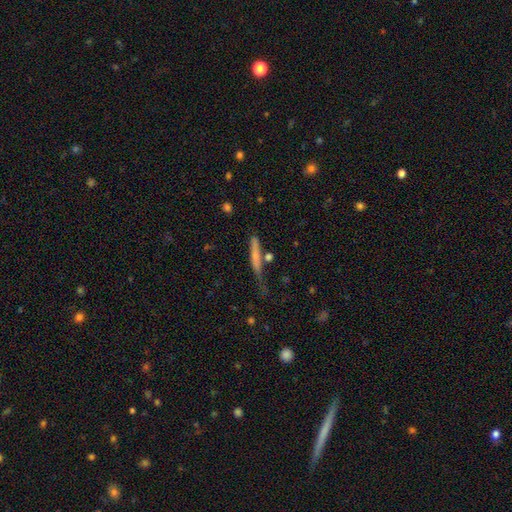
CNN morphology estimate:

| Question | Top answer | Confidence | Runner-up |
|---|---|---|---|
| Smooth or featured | smooth | 59% | featured or disk (33%) |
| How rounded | cigar-shaped | 92% | in between (6%) |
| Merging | none | 55% | minor disturbance (24%) |